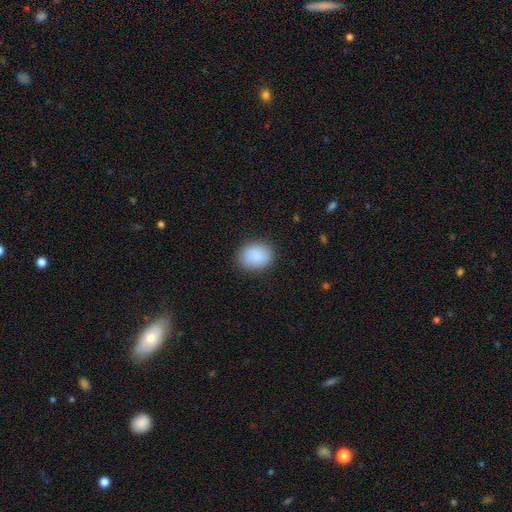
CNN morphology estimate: type=smooth (89%); roundness=in between (52%); merging=none (86%).